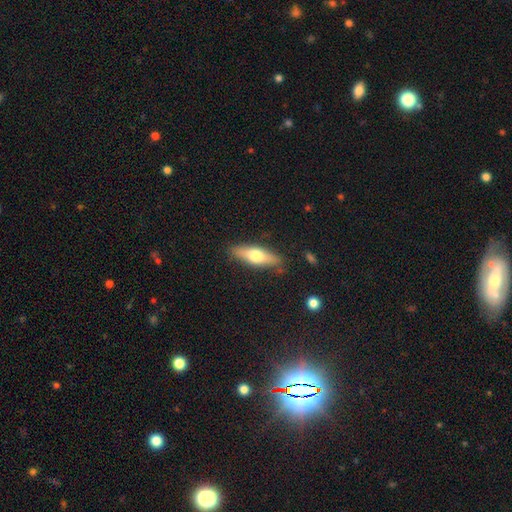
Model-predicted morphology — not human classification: Smooth or featured? smooth (58%)
How rounded? cigar-shaped (51%)
Merging? none (84%)